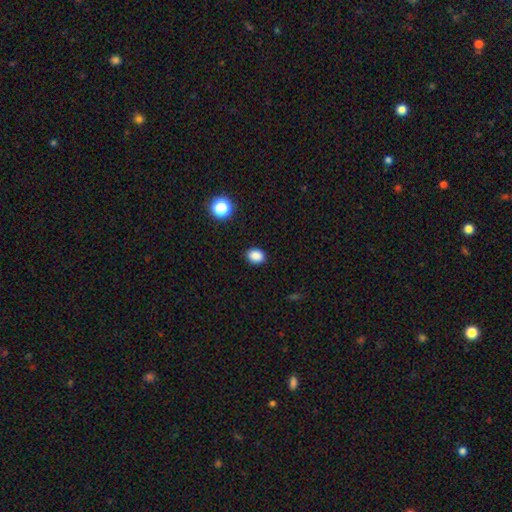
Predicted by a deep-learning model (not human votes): The model was most divided on "how rounded": in between: 56%, round: 43%, cigar-shaped: 1%. More confident: merging — none (88%); smooth or featured — smooth (86%).